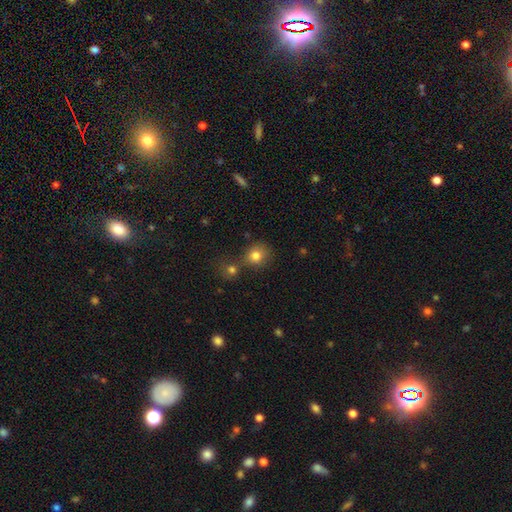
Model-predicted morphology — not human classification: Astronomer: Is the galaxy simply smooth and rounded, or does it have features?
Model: smooth — 81%.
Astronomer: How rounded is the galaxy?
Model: round — 81%.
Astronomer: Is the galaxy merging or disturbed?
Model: none — 54%.